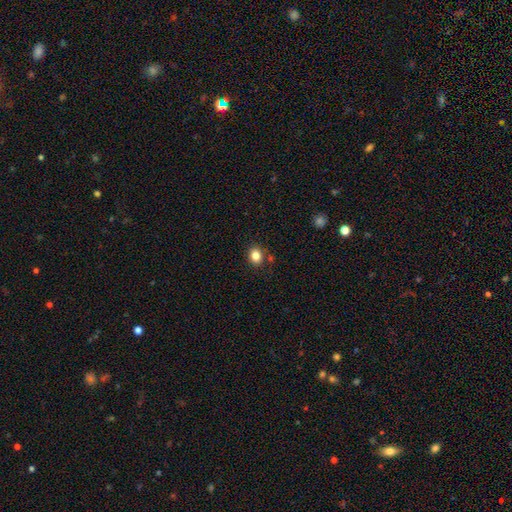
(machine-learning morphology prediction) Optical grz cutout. It shows a smooth galaxy with no disk features (83%) that is round (59%). Merging: none (84%).